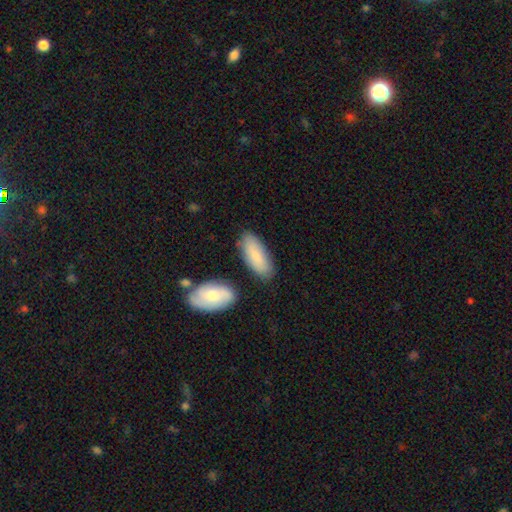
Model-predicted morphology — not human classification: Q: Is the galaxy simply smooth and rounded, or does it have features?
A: smooth — 83%.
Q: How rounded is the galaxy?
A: in between — 79%.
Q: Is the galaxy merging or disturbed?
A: none — 77%.